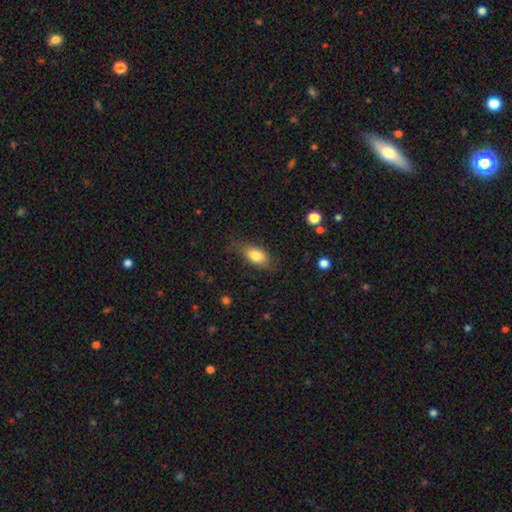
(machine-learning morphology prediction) This appears to be a smooth galaxy with no disk features (79%) that is in between round and cigar-shaped (85%). Merging: none (71%).